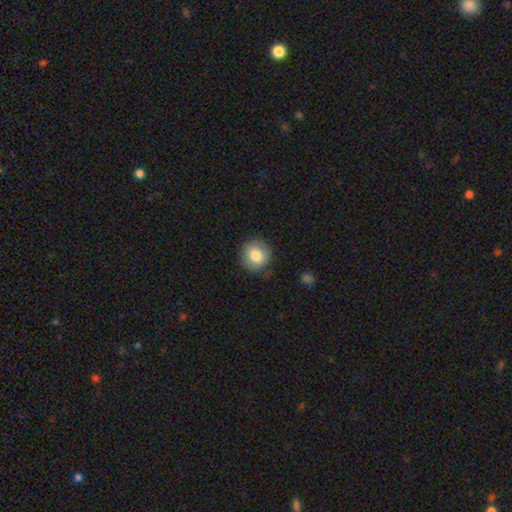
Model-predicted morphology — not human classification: smooth-or-featured: smooth: 80% | featured or disk: 12% | star or artifact: 8%
  how-rounded: round: 88% | in between: 11% | cigar-shaped: 1%
  merging: none: 80% | minor disturbance: 15% | major disturbance: 4% | merger: 1%